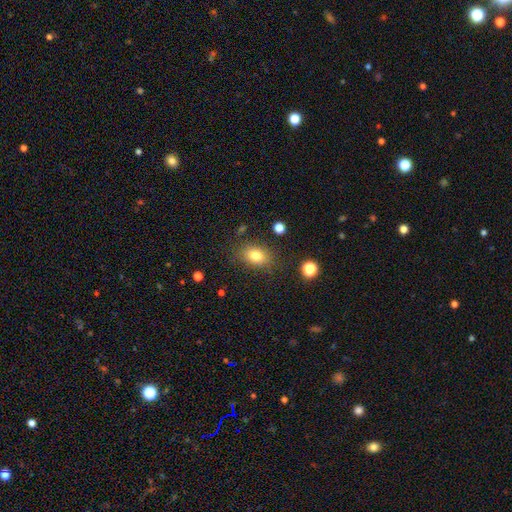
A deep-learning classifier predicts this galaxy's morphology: Overall: smooth (80%). How rounded: in between (76%). Merging: none (82%).